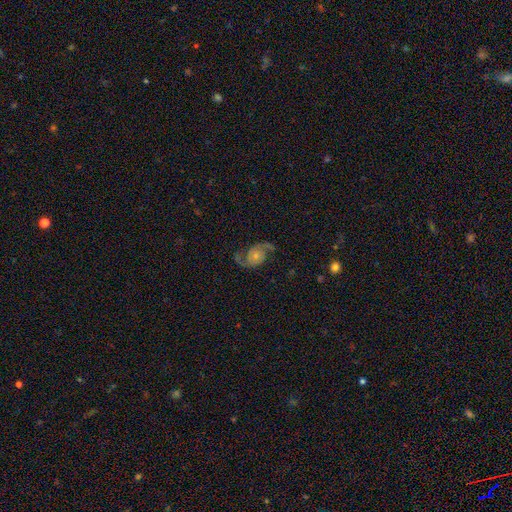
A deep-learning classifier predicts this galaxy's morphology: smooth_or_featured: featured or disk (p=0.84) [alt: smooth p=0.09]
disk_edge_on: no (p=0.97) [alt: yes p=0.03]
bar: no (p=0.72) [alt: weak p=0.23]
has_spiral_arms: yes (p=0.96) [alt: no p=0.04]
spiral_winding: loose (p=0.47) [alt: medium p=0.42]
spiral_arm_count: 2 (p=0.93) [alt: can't tell p=0.02]
bulge_size: small (p=0.56) [alt: moderate p=0.28]
merging: none (p=0.70) [alt: minor disturbance p=0.16]